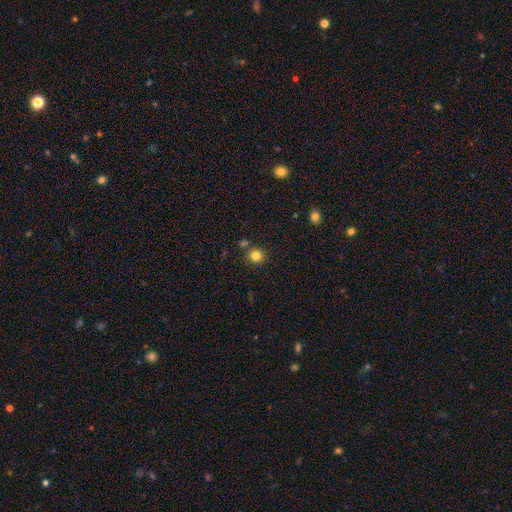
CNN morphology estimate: Smooth or featured? Predicted: smooth (p=0.81). How rounded? Predicted: round (p=0.93). Merging? Predicted: none (p=0.82).